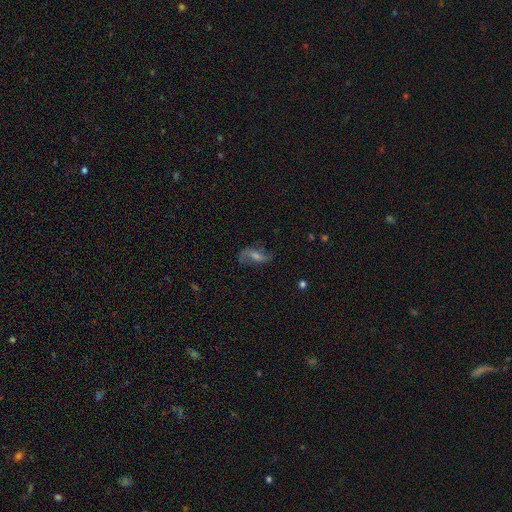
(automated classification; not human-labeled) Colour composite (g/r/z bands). It shows a featured or disk galaxy (74%) with a weak bar (43%), 2 (87%) loose (70%) spiral arms (92%) and a moderate central bulge (45%). Merging: none (69%).